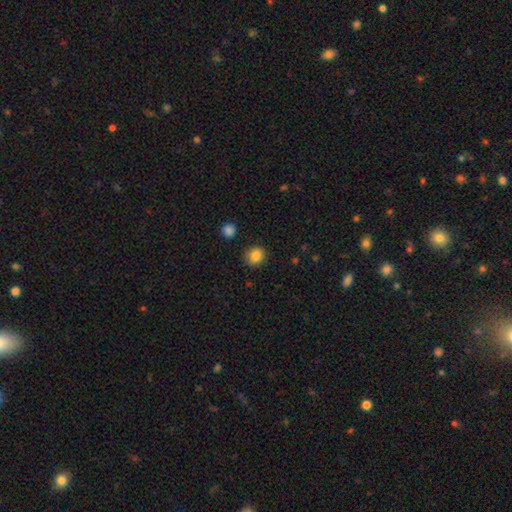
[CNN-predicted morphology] This appears to be a smooth galaxy with no disk features (85%) that is round (80%). Merging: none (88%).